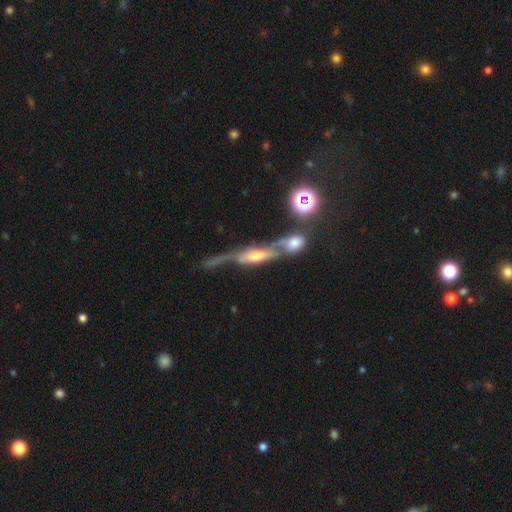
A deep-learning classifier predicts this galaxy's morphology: This appears to be a featured or disk galaxy (70%) viewed edge-on (63%). Merging: merger (46%).